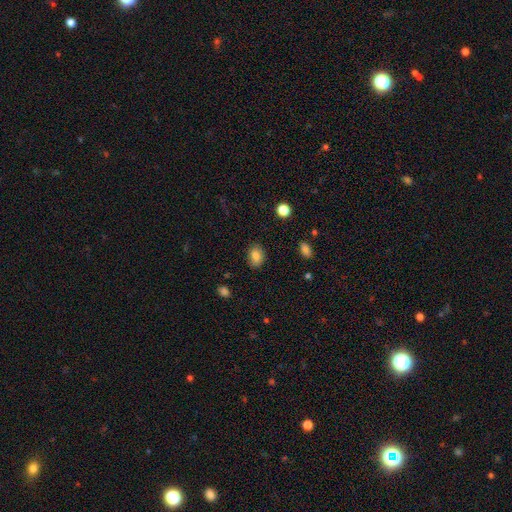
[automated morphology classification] Smooth or featured? smooth (83%)
How rounded? in between (71%)
Merging? none (85%)